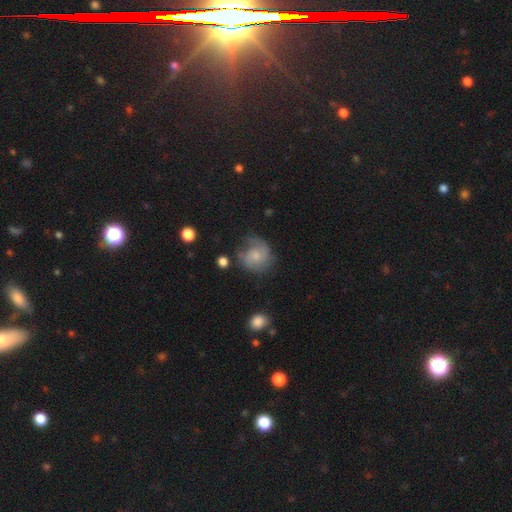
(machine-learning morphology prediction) featured or disk 51%, smooth 41%, star or artifact 8%. Down the decision tree: edge-on disk — no (98%); merging — none (51%).